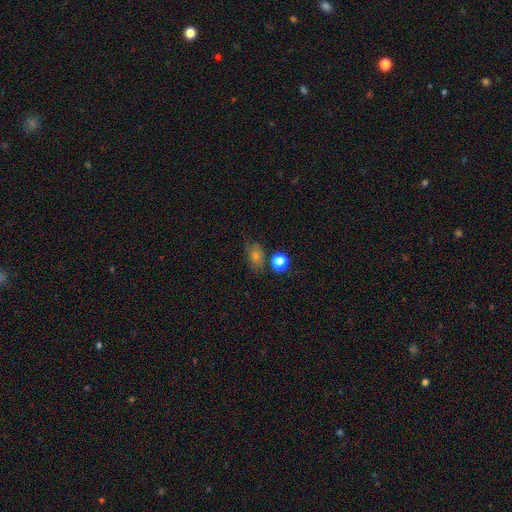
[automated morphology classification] This is likely a smooth galaxy (63%). How rounded: likely in between (65%). Merging: likely none (68%).